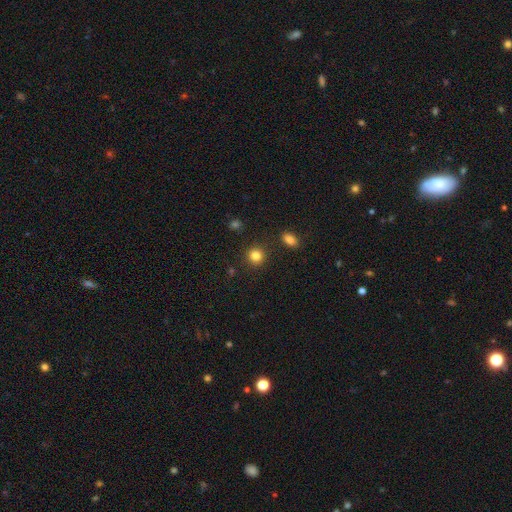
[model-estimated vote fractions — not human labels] Smooth or featured? smooth (84%)
How rounded? round (90%)
Merging? none (89%)